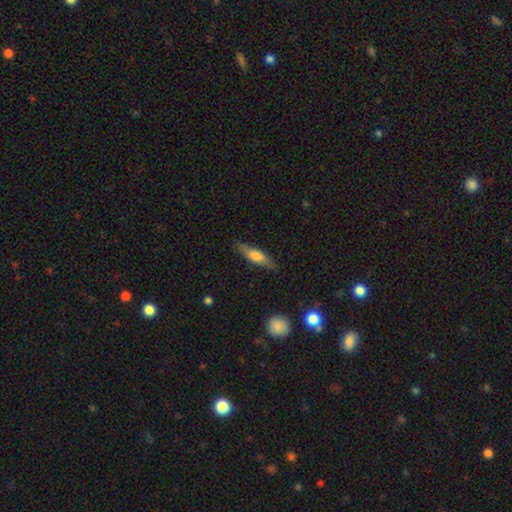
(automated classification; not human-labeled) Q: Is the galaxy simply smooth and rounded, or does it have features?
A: smooth — 59%.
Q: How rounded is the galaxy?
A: cigar-shaped — 68%.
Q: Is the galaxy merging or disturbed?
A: none — 84%.